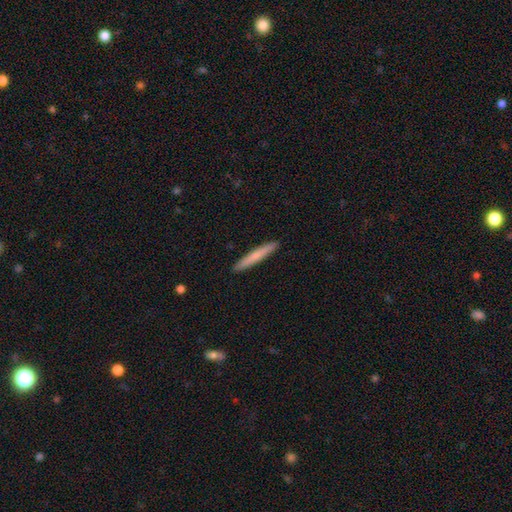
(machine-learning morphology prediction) Overall: smooth (70%). How rounded: cigar-shaped (96%). Merging: none (93%).